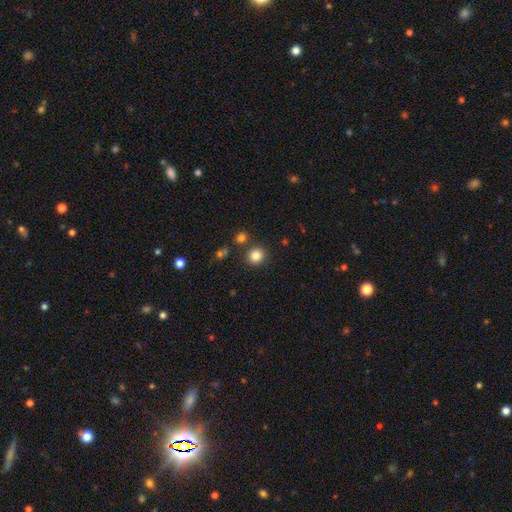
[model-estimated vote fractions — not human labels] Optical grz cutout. It shows a smooth galaxy with no disk features (84%) that is round (87%). Merging: none (84%).